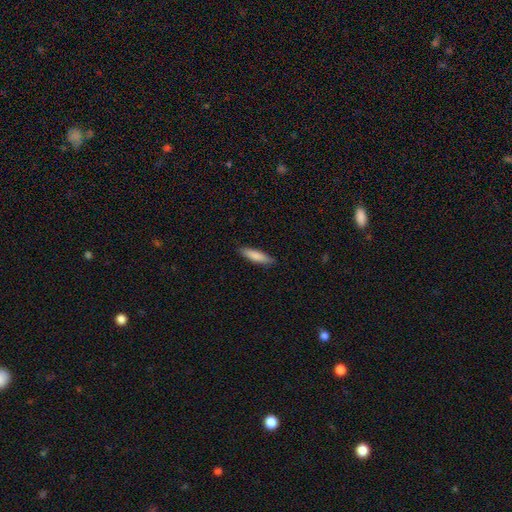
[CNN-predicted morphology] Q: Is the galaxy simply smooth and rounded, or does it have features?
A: smooth — 85%.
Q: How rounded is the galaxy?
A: cigar-shaped — 69%.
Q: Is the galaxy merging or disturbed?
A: none — 87%.